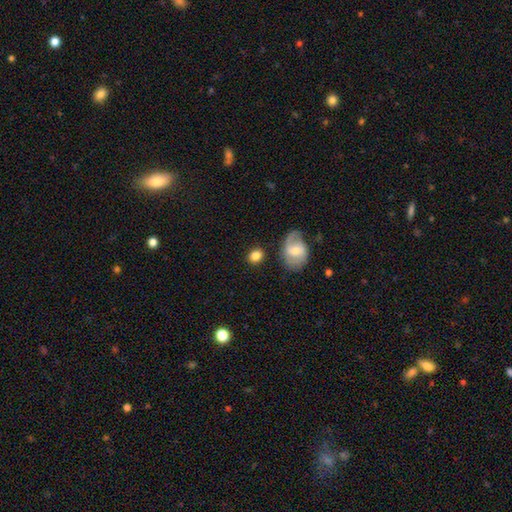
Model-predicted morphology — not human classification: smooth-or-featured: smooth: 79% | featured or disk: 13% | star or artifact: 8%
  how-rounded: round: 69% | in between: 30% | cigar-shaped: 2%
  merging: none: 81% | minor disturbance: 11% | merger: 5% | major disturbance: 4%